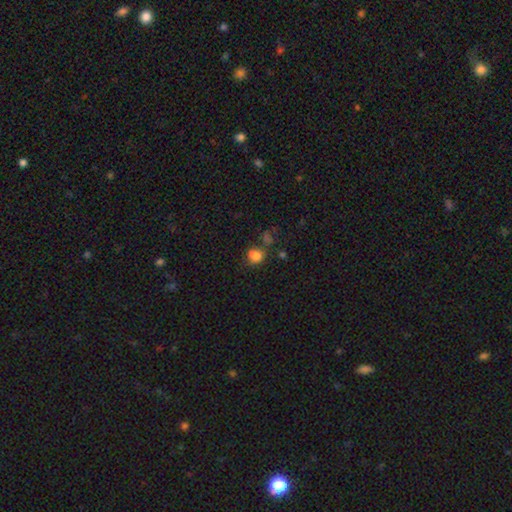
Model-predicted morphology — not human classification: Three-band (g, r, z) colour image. It shows a smooth galaxy with no disk features (81%) that is round (72%). Merging: none (59%).